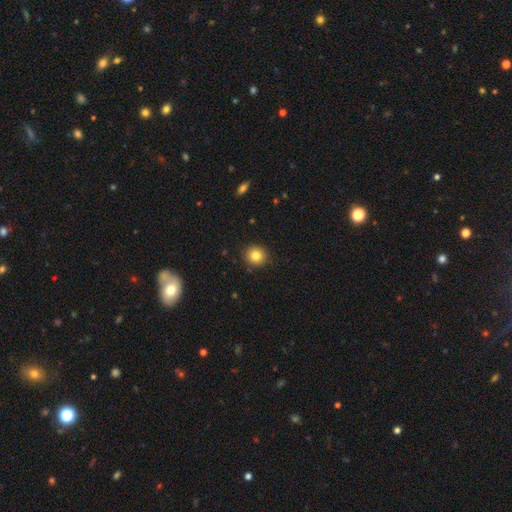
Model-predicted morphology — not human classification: Overall: smooth (82%). How rounded: round (85%). Merging: none (89%).